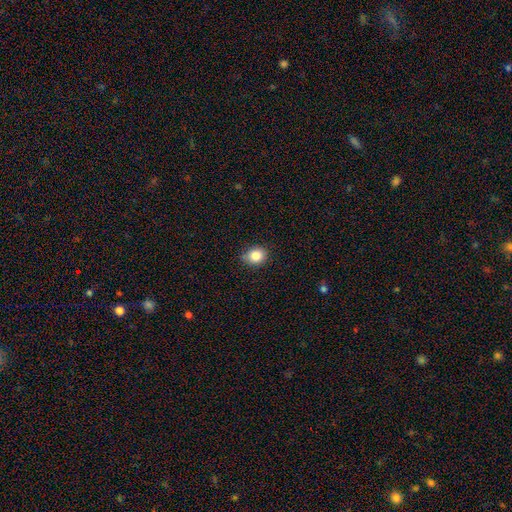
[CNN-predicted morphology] Smooth or featured: smooth — 85% (star or artifact — 10%)
How rounded: round — 66% (in between — 33%)
Merging: none — 80% (minor disturbance — 16%)